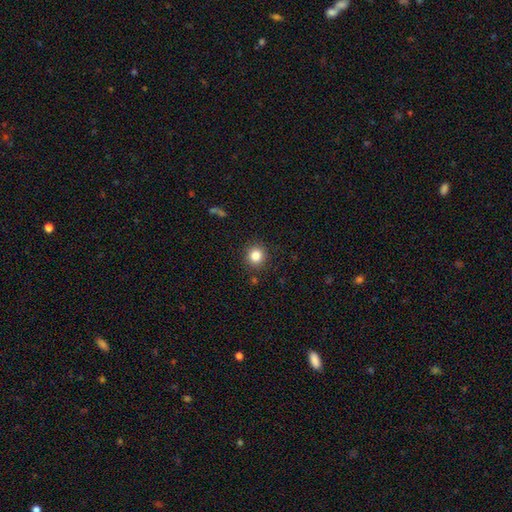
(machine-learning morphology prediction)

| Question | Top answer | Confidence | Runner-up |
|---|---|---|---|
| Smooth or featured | smooth | 83% | star or artifact (11%) |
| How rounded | round | 90% | in between (9%) |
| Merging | none | 89% | minor disturbance (7%) |